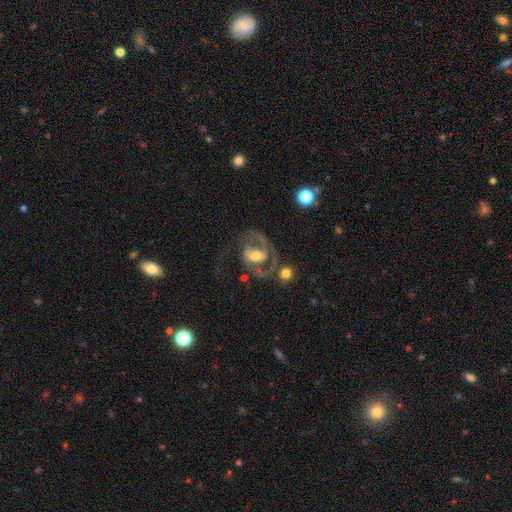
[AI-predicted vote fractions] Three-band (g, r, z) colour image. It shows a featured or disk galaxy (82%) with a weak bar (42%), 2 (73%) medium (54%) spiral arms (86%) and a moderate central bulge (61%). Merging: none (43%).